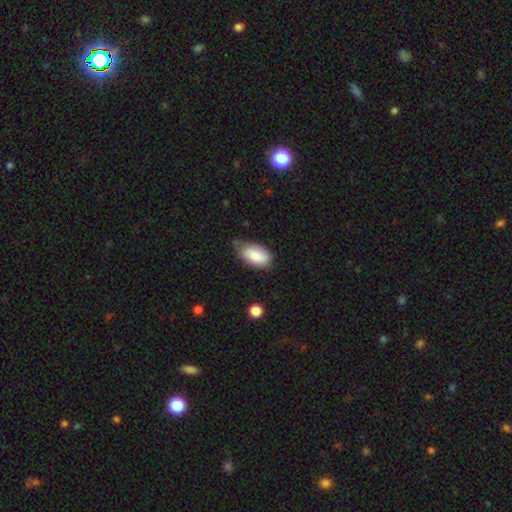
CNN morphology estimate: A smooth galaxy with no disk features (85%) that is in between round and cigar-shaped (94%).

Vote fractions:
- Smooth or featured? smooth: 85% / featured or disk: 9% / star or artifact: 6%
- How rounded? in between: 94% / round: 3% / cigar-shaped: 3%
- Merging? none: 57% / minor disturbance: 34% / major disturbance: 6% / merger: 3%